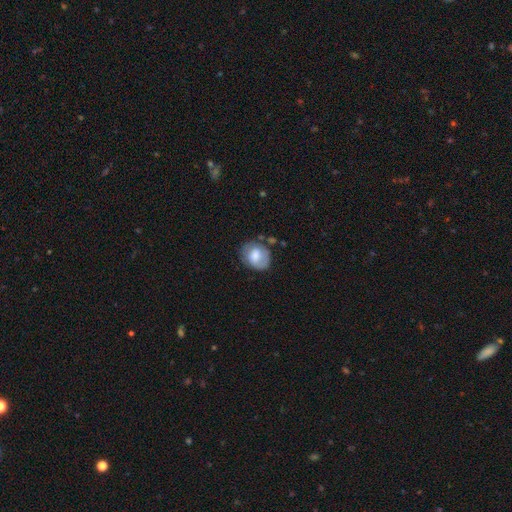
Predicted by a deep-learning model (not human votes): smooth-or-featured: smooth: 62% | featured or disk: 31% | star or artifact: 7%
  how-rounded: round: 61% | in between: 38% | cigar-shaped: 1%
  merging: none: 63% | minor disturbance: 24% | major disturbance: 9% | merger: 4%